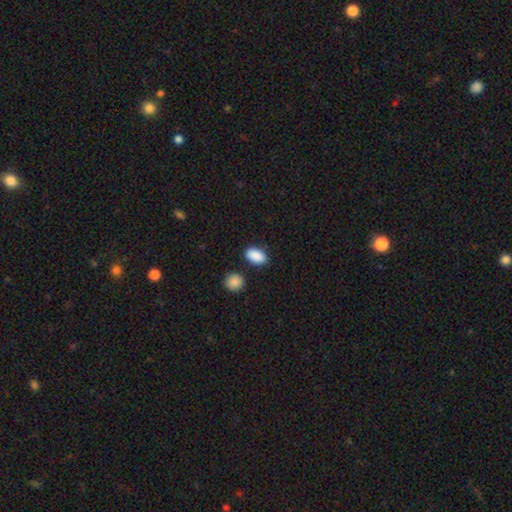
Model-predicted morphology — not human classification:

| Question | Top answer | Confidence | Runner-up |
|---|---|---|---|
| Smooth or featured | smooth | 90% | star or artifact (7%) |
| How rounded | in between | 91% | round (7%) |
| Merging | none | 85% | minor disturbance (9%) |